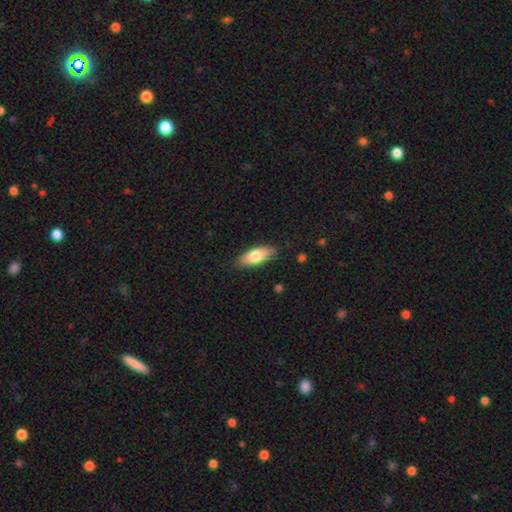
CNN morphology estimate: The model was most divided on "smooth or featured": smooth: 74%, featured or disk: 20%, star or artifact: 6%. More confident: merging — none (85%); how rounded — in between (76%).